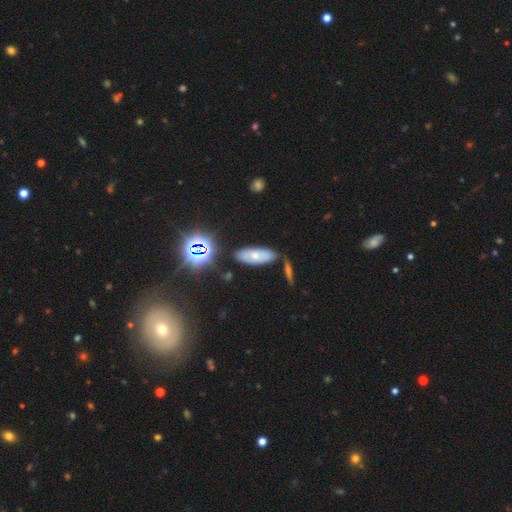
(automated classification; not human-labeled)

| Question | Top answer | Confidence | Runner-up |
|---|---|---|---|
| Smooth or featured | smooth | 57% | featured or disk (28%) |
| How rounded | in between | 74% | cigar-shaped (23%) |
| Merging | none | 73% | minor disturbance (16%) |